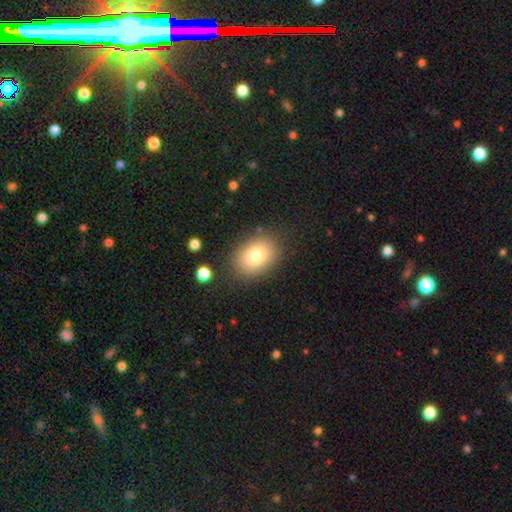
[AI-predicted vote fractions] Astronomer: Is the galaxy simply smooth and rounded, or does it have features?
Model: smooth — 78%.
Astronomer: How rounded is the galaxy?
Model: in between — 71%.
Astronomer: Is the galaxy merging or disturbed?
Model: none — 83%.